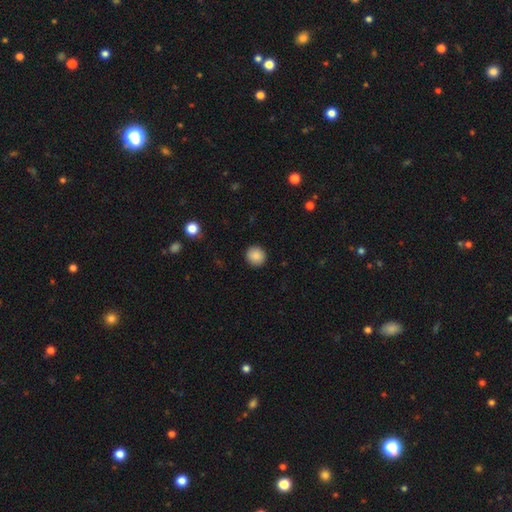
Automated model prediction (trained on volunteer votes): Smooth or featured? smooth (88%)
How rounded? round (90%)
Merging? none (92%)